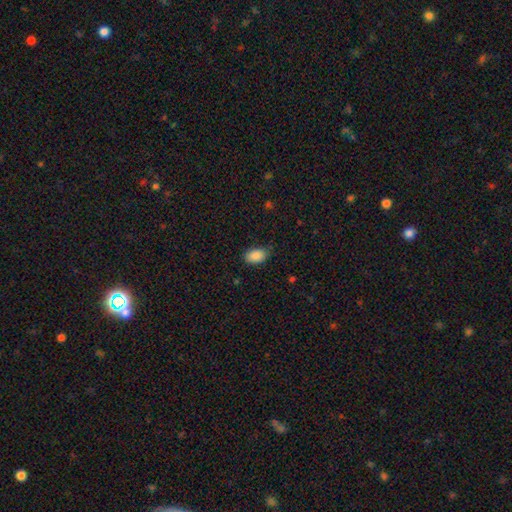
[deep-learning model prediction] The model was most divided on "merging": none: 80%, minor disturbance: 16%, major disturbance: 3%, merger: 1%. More confident: smooth or featured — smooth (89%); how rounded — in between (88%).